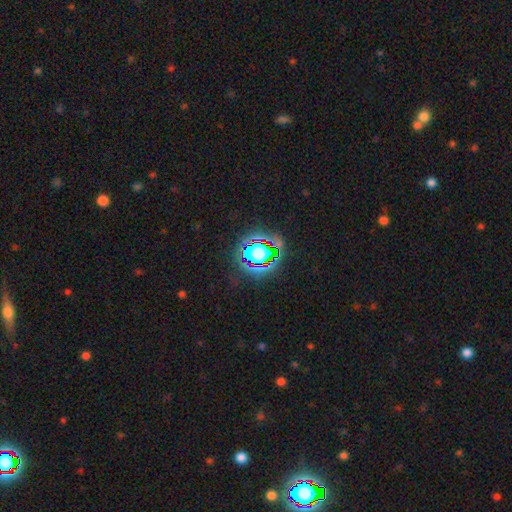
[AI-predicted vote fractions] Morphology: type=star or artifact (67%).